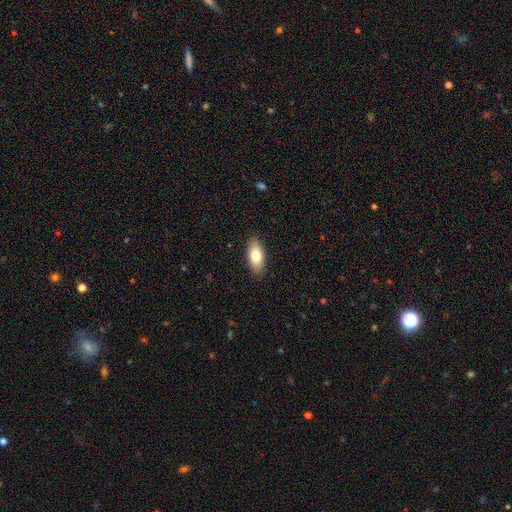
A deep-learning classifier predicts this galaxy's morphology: The model was most divided on "smooth or featured": smooth: 77%, featured or disk: 16%, star or artifact: 7%. More confident: how rounded — in between (88%); merging — none (88%).